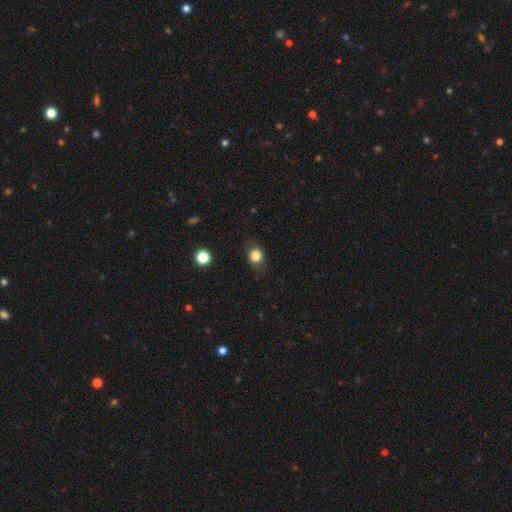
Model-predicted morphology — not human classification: A smooth galaxy with no disk features (81%) that is round (65%). Merging: none (77%).